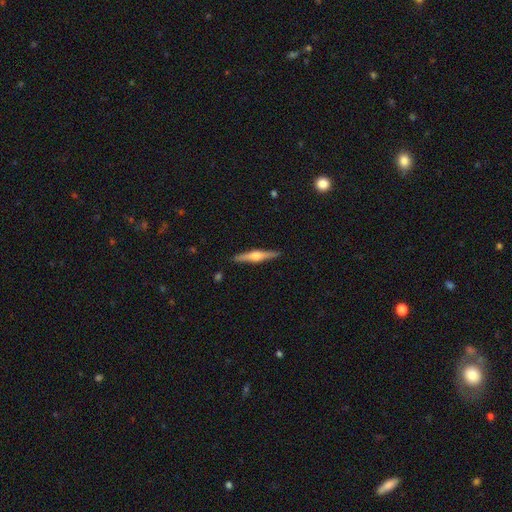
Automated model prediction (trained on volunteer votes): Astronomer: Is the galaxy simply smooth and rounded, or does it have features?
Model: featured or disk — 70%.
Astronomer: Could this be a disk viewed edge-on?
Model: yes — 98%.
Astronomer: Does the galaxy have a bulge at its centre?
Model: rounded — 90%.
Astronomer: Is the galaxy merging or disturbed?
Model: none — 91%.